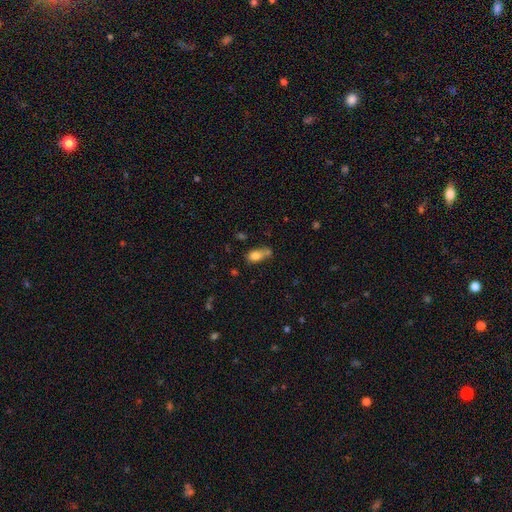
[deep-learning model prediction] Morphology: type=smooth (77%); roundness=in between (77%); merging=none (37%).